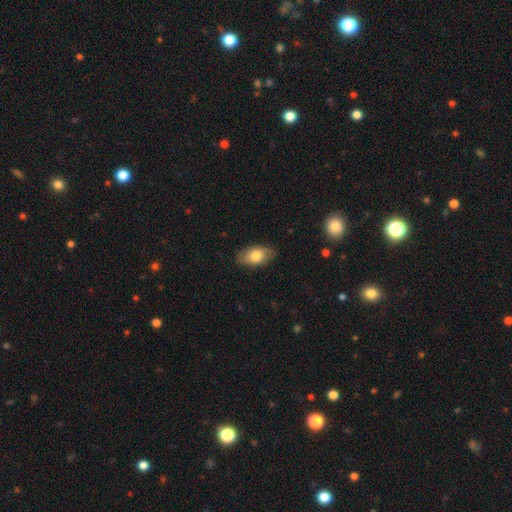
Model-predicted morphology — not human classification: The model was most divided on "smooth or featured": smooth: 76%, featured or disk: 17%, star or artifact: 6%. More confident: how rounded — in between (91%); merging — none (85%).